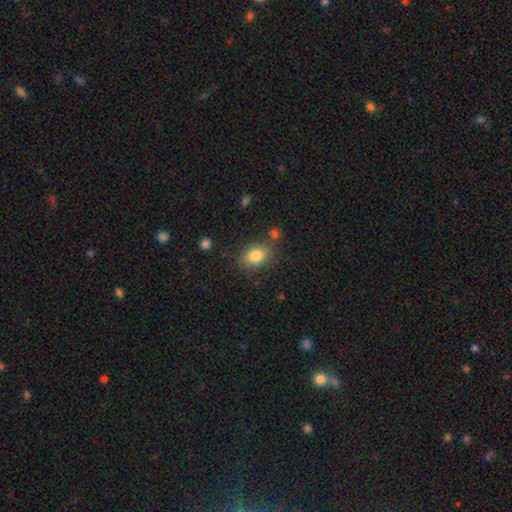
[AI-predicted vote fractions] This is clearly a smooth galaxy (83%). How rounded: likely in between (76%). Merging: likely none (78%).